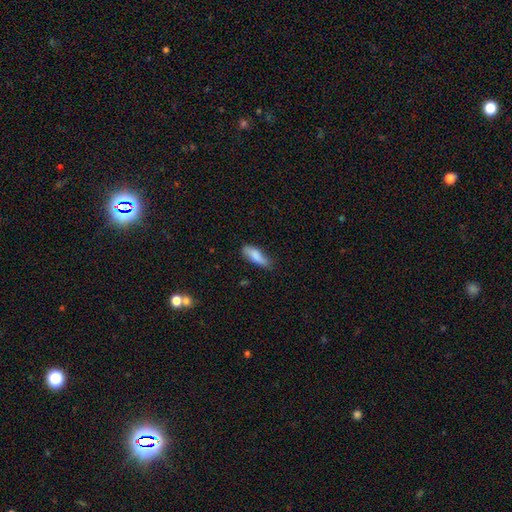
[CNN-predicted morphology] A smooth galaxy with no disk features (83%) that is in between round and cigar-shaped (59%).

Vote fractions:
- Smooth or featured? smooth: 83% / featured or disk: 11% / star or artifact: 6%
- How rounded? in between: 59% / cigar-shaped: 39% / round: 2%
- Merging? none: 70% / minor disturbance: 24% / major disturbance: 4% / merger: 2%